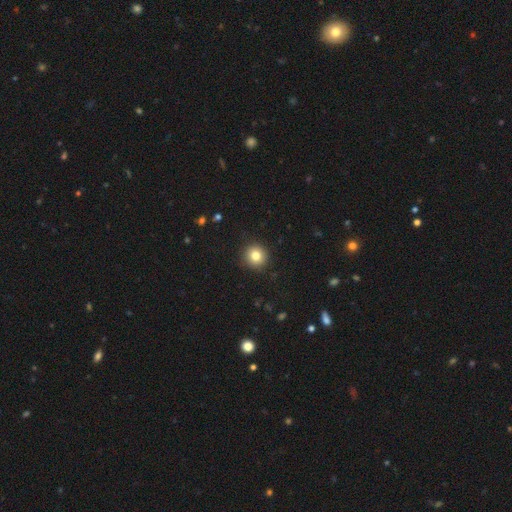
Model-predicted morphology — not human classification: Smooth or featured? smooth (82%)
How rounded? round (93%)
Merging? none (91%)